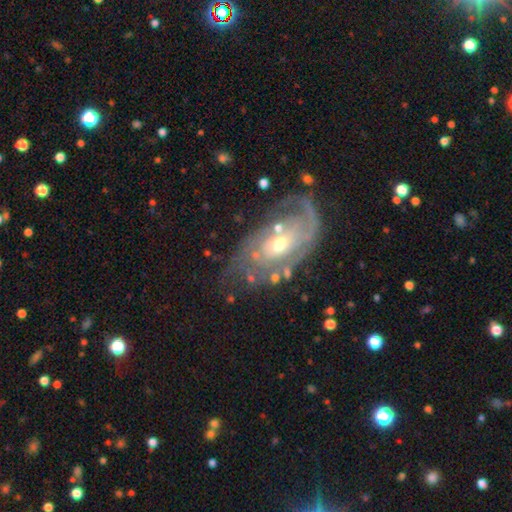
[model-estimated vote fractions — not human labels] smooth-or-featured: featured or disk: 83% | smooth: 11% | star or artifact: 6%
  disk-edge-on: no: 95% | yes: 5%
    bar: no: 72% | weak: 21% | strong: 6%
    has-spiral-arms: yes: 85% | no: 15%
      spiral-winding: tight: 53% | medium: 32% | loose: 16%
      spiral-arm-count: 2: 37% | can't tell: 31% | 1: 15% | 3: 9% | 4: 4% | more than 4: 4%
    bulge-size: moderate: 60% | small: 34% | large: 4% | none: 1% | dominant: 1%
  merging: none: 56% | minor disturbance: 21% | major disturbance: 18% | merger: 5%